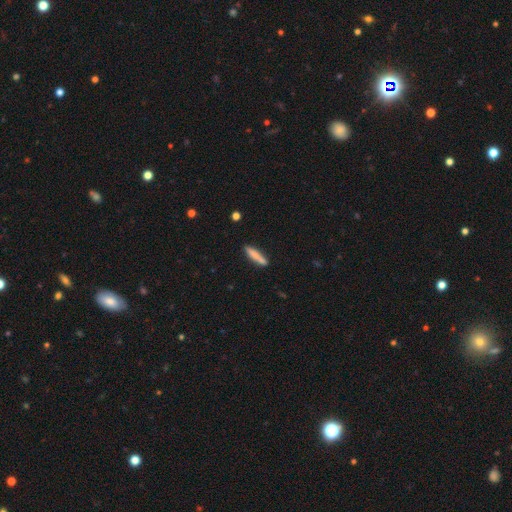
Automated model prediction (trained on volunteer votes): Smooth or featured? smooth (80%)
How rounded? cigar-shaped (87%)
Merging? none (81%)